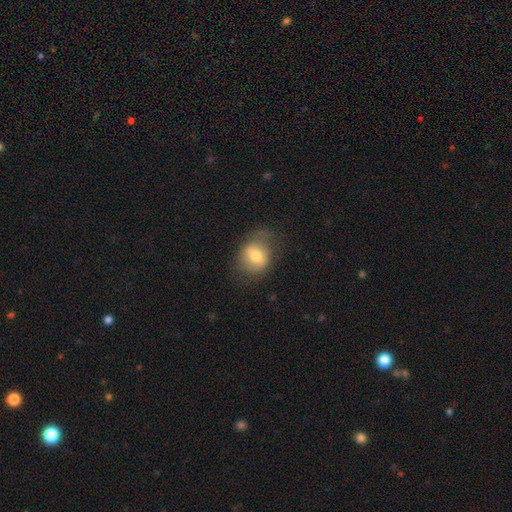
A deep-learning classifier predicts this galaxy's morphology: Q: Smooth or featured?
A: smooth (65%); runner-up: featured or disk (27%)
Q: How rounded?
A: round (57%); runner-up: in between (42%)
Q: Merging?
A: none (62%); runner-up: minor disturbance (24%)